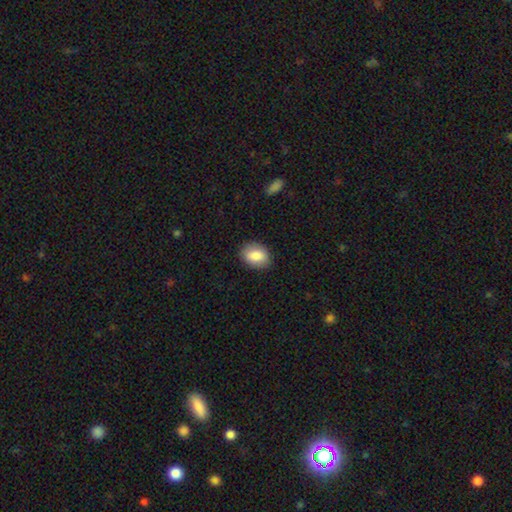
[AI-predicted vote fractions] Smooth or featured? smooth (83%)
How rounded? in between (76%)
Merging? none (86%)